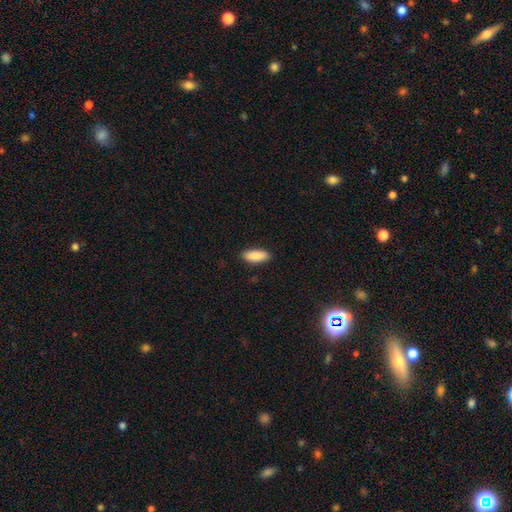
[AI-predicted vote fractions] This is clearly a smooth galaxy (89%). How rounded: likely in between (78%). Merging: clearly none (89%).